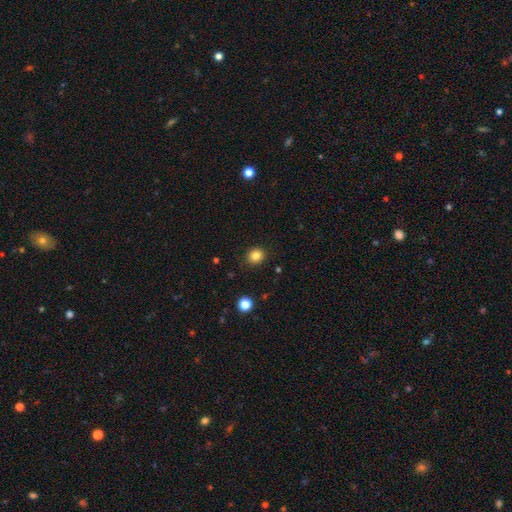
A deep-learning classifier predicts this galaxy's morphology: Overall: smooth (84%). How rounded: round (79%). Merging: none (89%).